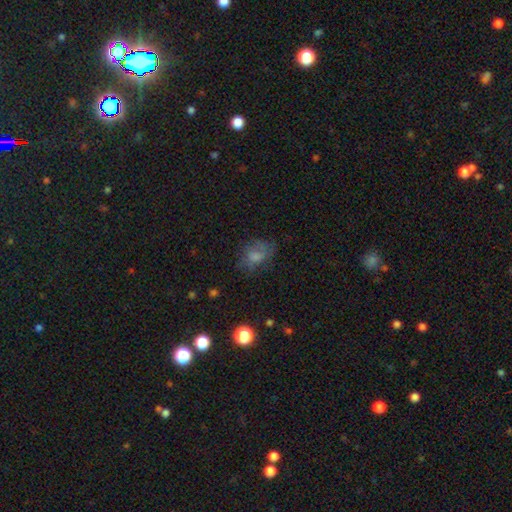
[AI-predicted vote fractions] Smooth or featured? Predicted: smooth (p=0.63). How rounded? Predicted: in between (p=0.69). Merging? Predicted: none (p=0.55).